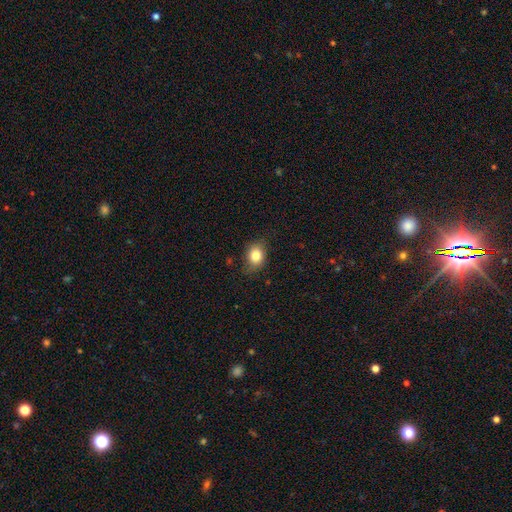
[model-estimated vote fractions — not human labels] Q: Smooth or featured?
A: smooth (83%); runner-up: star or artifact (9%)
Q: How rounded?
A: in between (59%); runner-up: round (40%)
Q: Merging?
A: none (78%); runner-up: minor disturbance (17%)